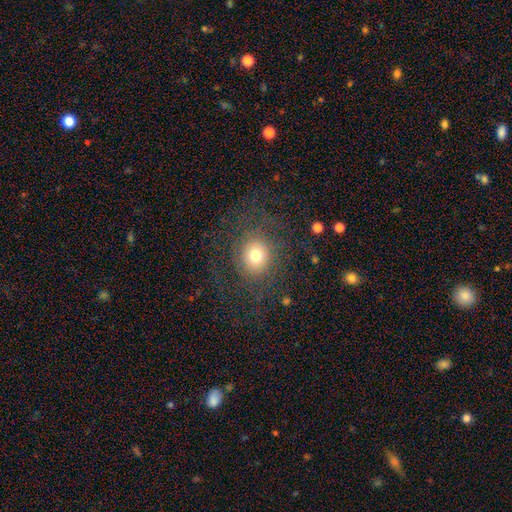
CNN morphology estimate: Smooth or featured?
  - smooth: 62% *
  - featured or disk: 24%
  - star or artifact: 14%
How rounded?
  - round: 82% *
  - in between: 17%
  - cigar-shaped: 1%
Merging?
  - none: 73% *
  - major disturbance: 14%
  - minor disturbance: 11%
  - merger: 1%